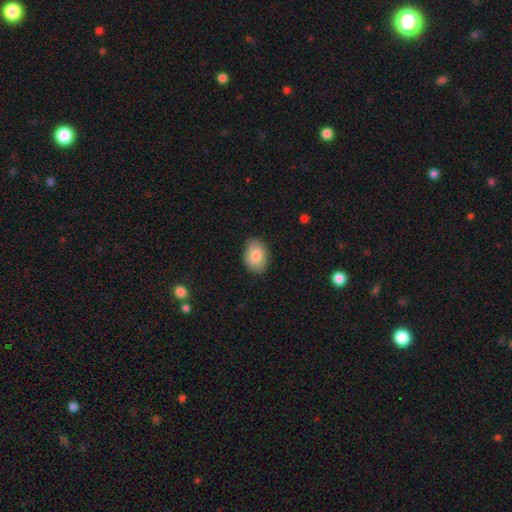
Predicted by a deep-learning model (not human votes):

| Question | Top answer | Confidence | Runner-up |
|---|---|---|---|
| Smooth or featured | smooth | 81% | featured or disk (13%) |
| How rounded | in between | 78% | round (21%) |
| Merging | none | 85% | minor disturbance (12%) |